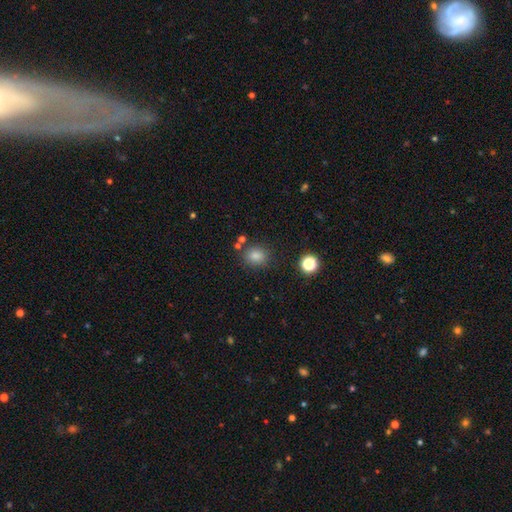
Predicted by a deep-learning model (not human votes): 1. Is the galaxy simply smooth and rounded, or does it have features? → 79% smooth, 15% star or artifact, 6% featured or disk.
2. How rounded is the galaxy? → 68% round, 31% in between, 1% cigar-shaped.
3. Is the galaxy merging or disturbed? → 81% none, 10% minor disturbance, 5% merger, 3% major disturbance.